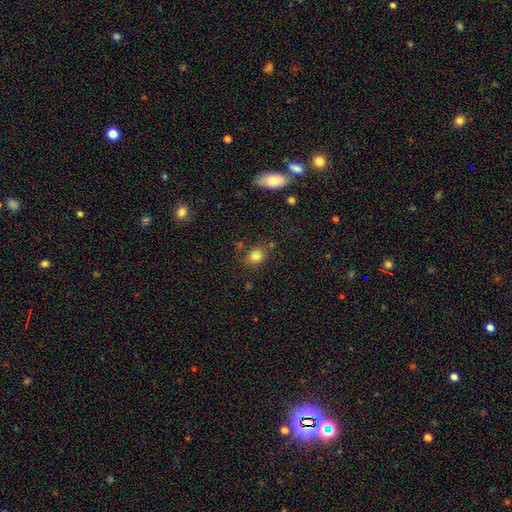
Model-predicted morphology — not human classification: Q: Smooth or featured?
A: smooth (76%); runner-up: star or artifact (15%)
Q: How rounded?
A: round (59%); runner-up: in between (39%)
Q: Merging?
A: none (69%); runner-up: minor disturbance (15%)